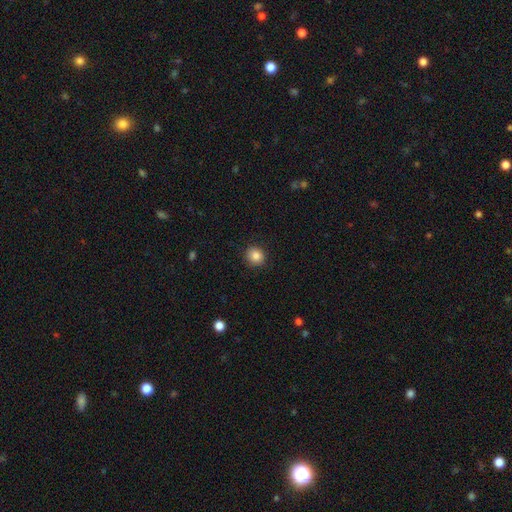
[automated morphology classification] Smooth or featured?
  - smooth: 86% *
  - star or artifact: 10%
  - featured or disk: 4%
How rounded?
  - round: 87% *
  - in between: 12%
  - cigar-shaped: 1%
Merging?
  - none: 90% *
  - minor disturbance: 7%
  - major disturbance: 2%
  - merger: 1%